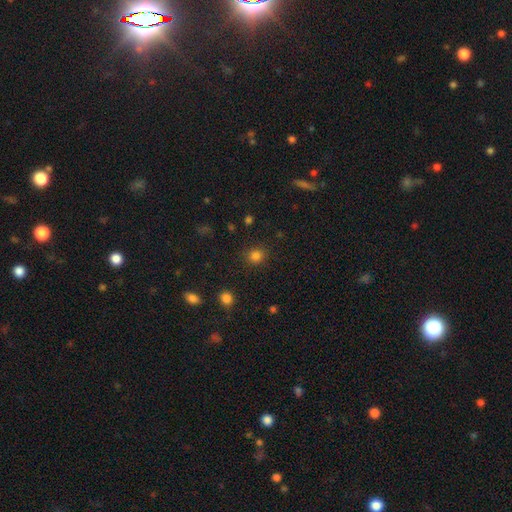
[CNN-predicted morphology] smooth_or_featured: smooth (p=0.82) [alt: star or artifact p=0.14]
how_rounded: round (p=0.84) [alt: in between p=0.15]
merging: none (p=0.87) [alt: minor disturbance p=0.08]